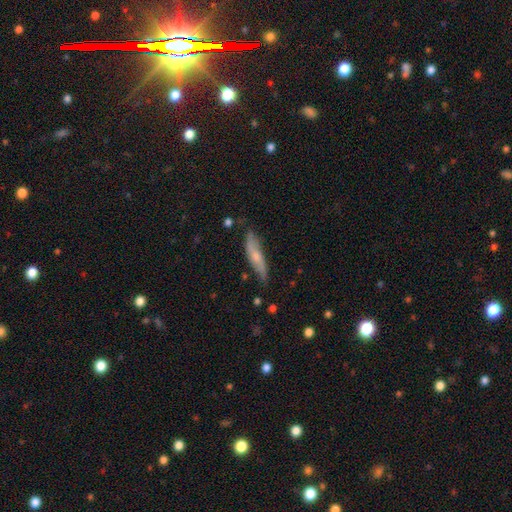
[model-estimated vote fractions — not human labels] A smooth galaxy with no disk features (48%).

Vote fractions:
- Smooth or featured? smooth: 48% / featured or disk: 45% / star or artifact: 6%
- Merging? none: 72% / minor disturbance: 22% / major disturbance: 4% / merger: 2%